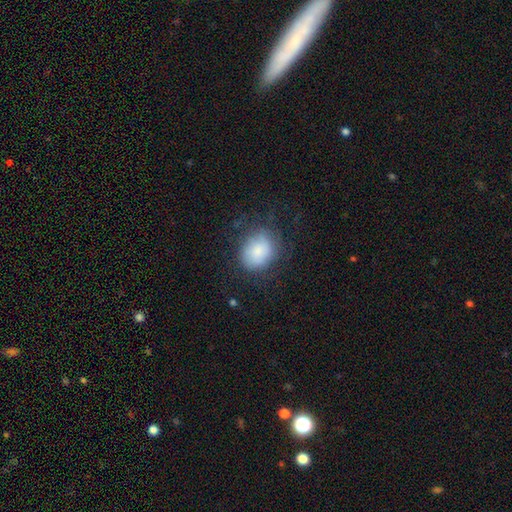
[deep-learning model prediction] Smooth or featured: smooth — 76% (featured or disk — 15%)
How rounded: round — 54% (in between — 46%)
Merging: none — 61% (minor disturbance — 23%)